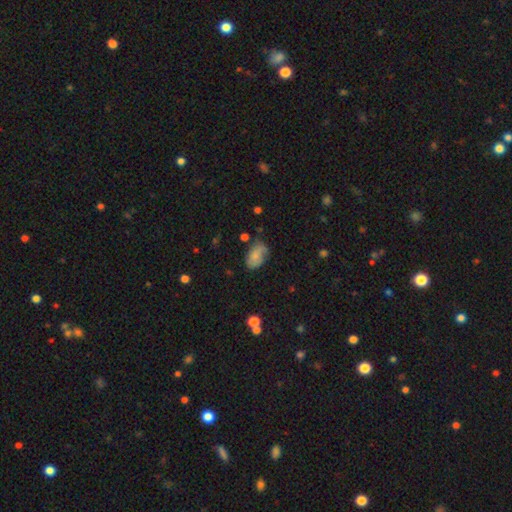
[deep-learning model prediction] The model was most divided on "merging": none: 58%, minor disturbance: 30%, major disturbance: 9%, merger: 3%. More confident: how rounded — in between (90%); smooth or featured — smooth (70%).